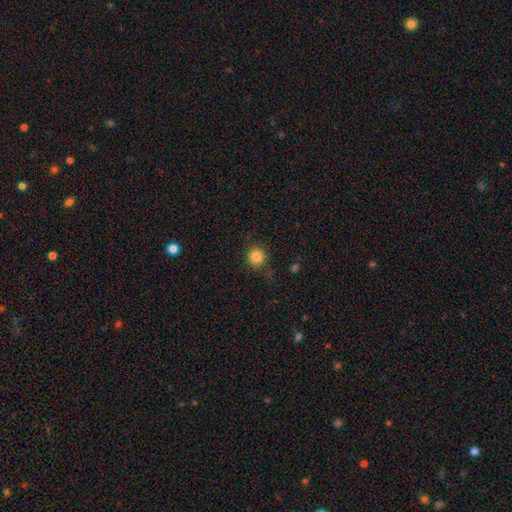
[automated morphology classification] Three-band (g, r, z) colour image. It shows a smooth galaxy with no disk features (84%) that is round (93%). Merging: none (80%).